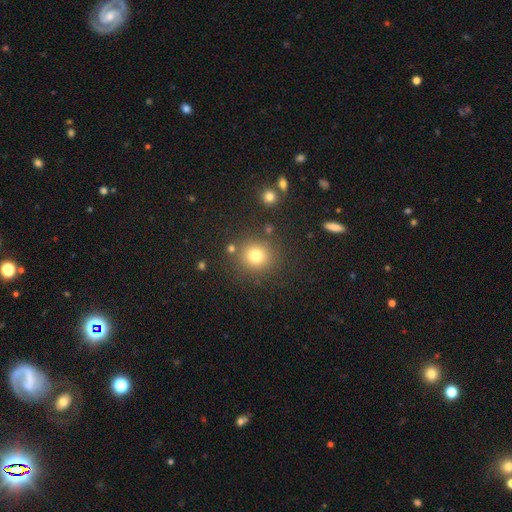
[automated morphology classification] Q: Smooth or featured?
A: smooth (78%); runner-up: star or artifact (15%)
Q: How rounded?
A: round (90%); runner-up: in between (9%)
Q: Merging?
A: none (84%); runner-up: minor disturbance (8%)